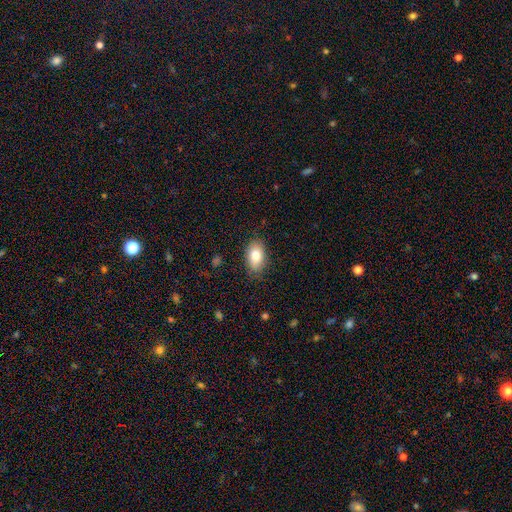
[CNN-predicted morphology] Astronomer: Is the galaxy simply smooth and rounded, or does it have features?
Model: smooth — 82%.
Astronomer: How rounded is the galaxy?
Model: in between — 90%.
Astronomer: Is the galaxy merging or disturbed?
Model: none — 82%.